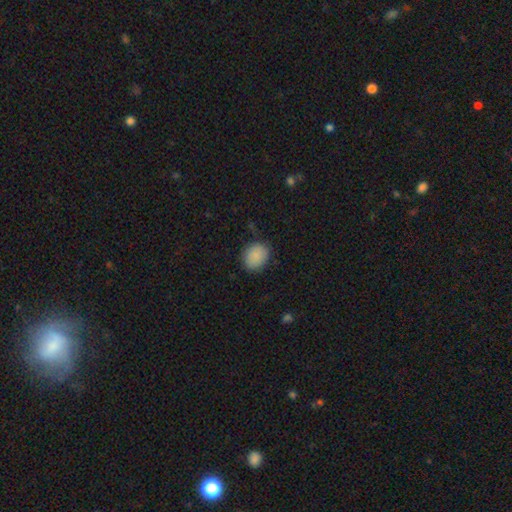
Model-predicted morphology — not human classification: This is clearly a smooth galaxy (88%). How rounded: possibly round (58%). Merging: clearly none (83%).